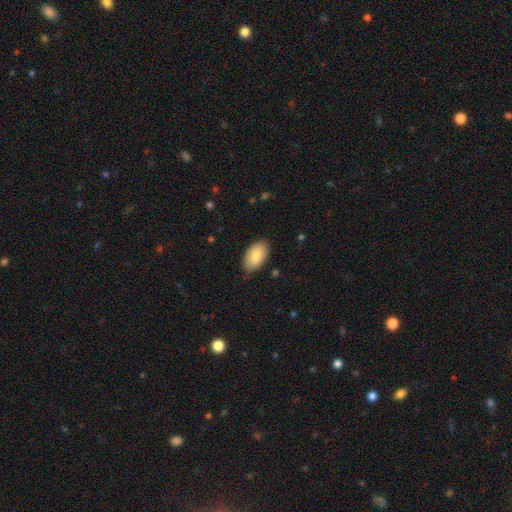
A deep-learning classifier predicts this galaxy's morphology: smooth 81%, featured or disk 14%, star or artifact 6%. Down the decision tree: how rounded — in between (95%); merging — none (83%).